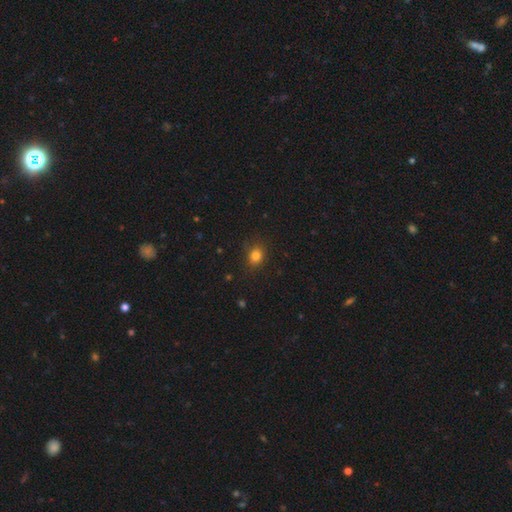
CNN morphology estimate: smooth-or-featured: smooth: 81% | star or artifact: 13% | featured or disk: 6%
  how-rounded: round: 67% | in between: 32% | cigar-shaped: 1%
  merging: none: 86% | minor disturbance: 10% | major disturbance: 3% | merger: 1%